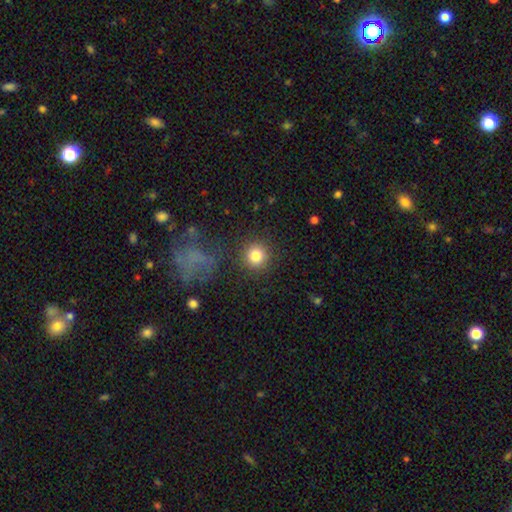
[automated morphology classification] This appears to be a smooth galaxy with no disk features (83%) that is round (93%). Merging: none (87%).